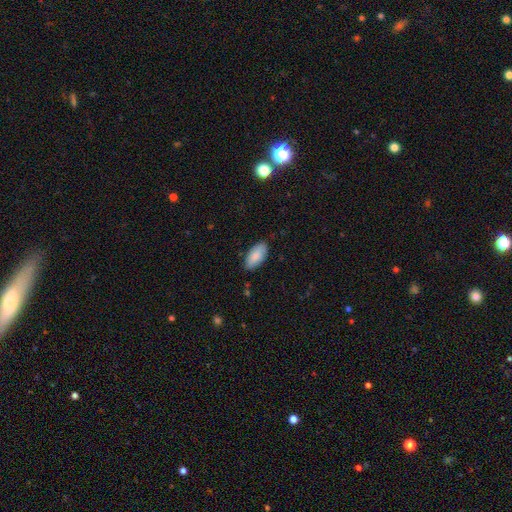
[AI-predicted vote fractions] This is clearly a smooth galaxy (87%). How rounded: clearly in between (93%). Merging: clearly none (85%).